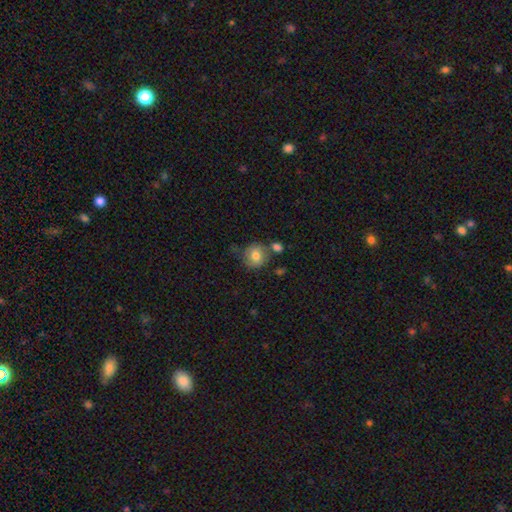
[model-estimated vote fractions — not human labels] The model was most divided on "merging": none: 57%, minor disturbance: 21%, merger: 13%, major disturbance: 9%. More confident: how rounded — round (84%); smooth or featured — smooth (67%).